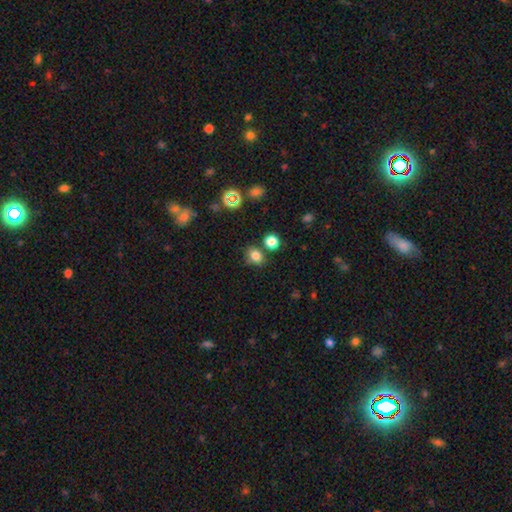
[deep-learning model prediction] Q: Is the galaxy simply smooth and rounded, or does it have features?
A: smooth — 78%.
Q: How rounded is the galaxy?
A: round — 52%.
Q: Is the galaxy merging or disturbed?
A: none — 72%.